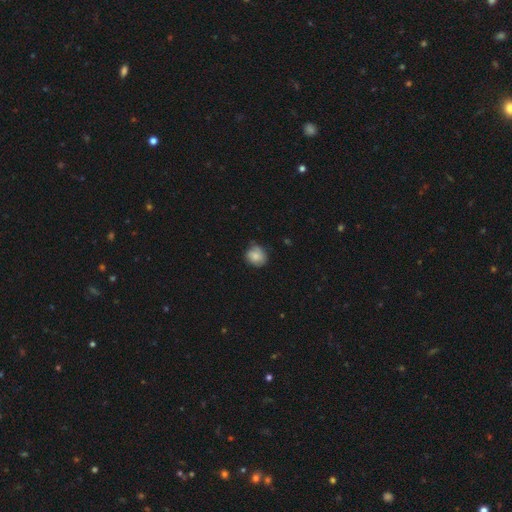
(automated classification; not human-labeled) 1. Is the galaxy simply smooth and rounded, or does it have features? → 76% smooth, 16% featured or disk, 8% star or artifact.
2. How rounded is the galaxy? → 73% round, 26% in between, 1% cigar-shaped.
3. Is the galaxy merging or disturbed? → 62% none, 30% minor disturbance, 6% major disturbance, 2% merger.